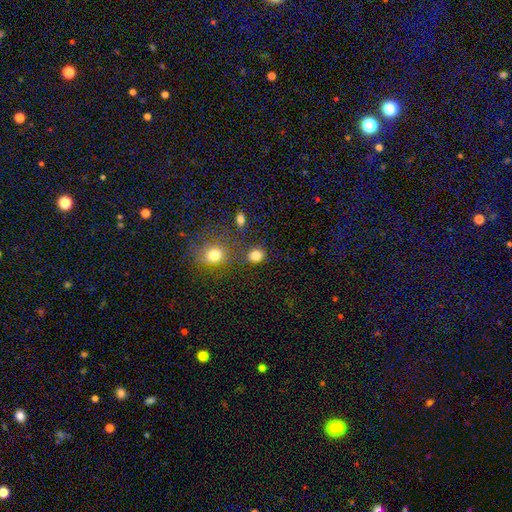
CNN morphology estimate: smooth-or-featured: smooth: 83% | star or artifact: 12% | featured or disk: 5%
  how-rounded: round: 71% | in between: 28% | cigar-shaped: 1%
  merging: none: 77% | minor disturbance: 10% | merger: 9% | major disturbance: 4%